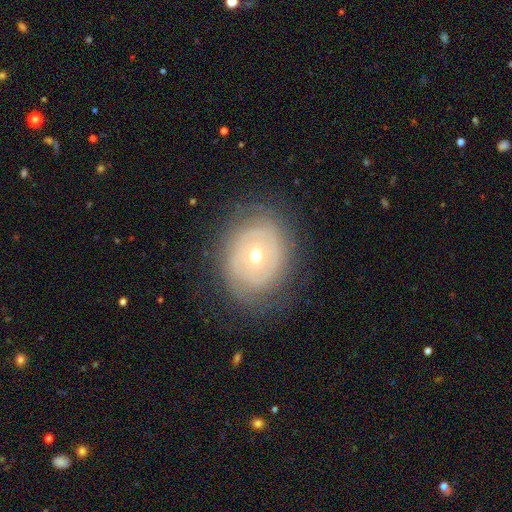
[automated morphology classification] Q: Smooth or featured?
A: featured or disk (68%); runner-up: smooth (25%)
Q: Edge-on disk?
A: no (96%); runner-up: yes (4%)
Q: Bar?
A: no (83%); runner-up: weak (12%)
Q: Spiral arms?
A: yes (55%); runner-up: no (45%)
Q: Bulge size?
A: moderate (66%); runner-up: small (30%)
Q: Merging?
A: none (76%); runner-up: minor disturbance (16%)